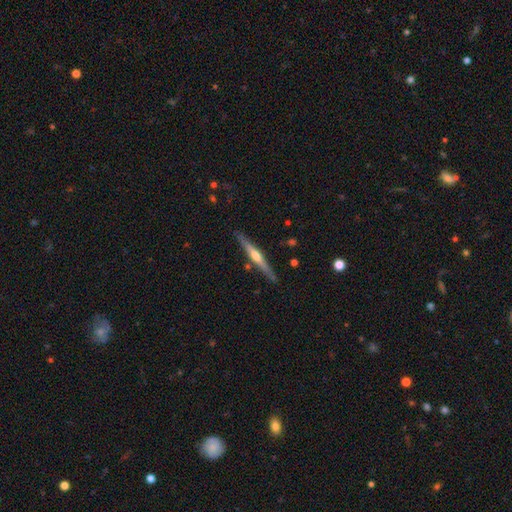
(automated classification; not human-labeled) The model was most divided on "smooth or featured": featured or disk: 70%, smooth: 25%, star or artifact: 6%. More confident: edge-on disk — yes (97%); merging — none (86%); edge-on bulge — rounded (81%).